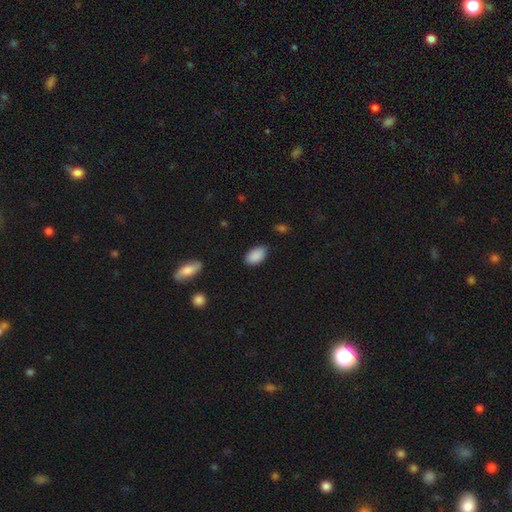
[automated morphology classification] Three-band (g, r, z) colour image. It shows a smooth galaxy with no disk features (89%) that is in between round and cigar-shaped (94%). Merging: none (80%).